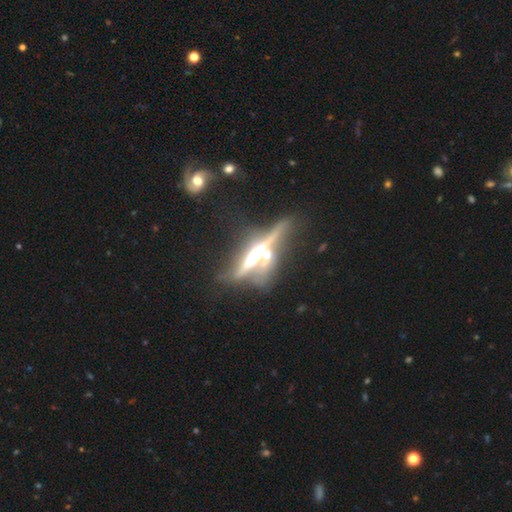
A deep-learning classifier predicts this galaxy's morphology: type=featured or disk (79%); edge-on=yes (91%); edge-on bulge=rounded (76%); merging=none (50%).